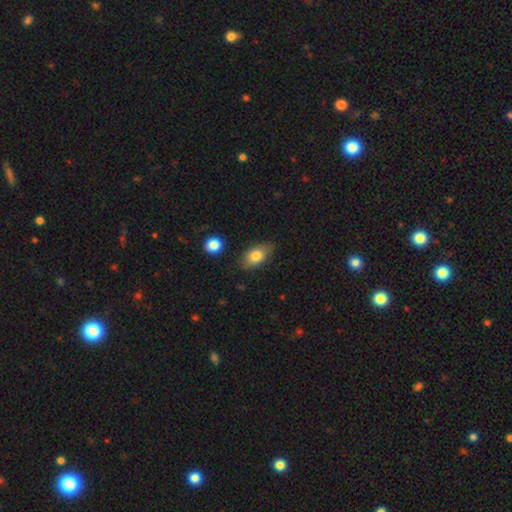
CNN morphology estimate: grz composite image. It shows a smooth galaxy with no disk features (79%) that is in between round and cigar-shaped (86%). Merging: none (78%).